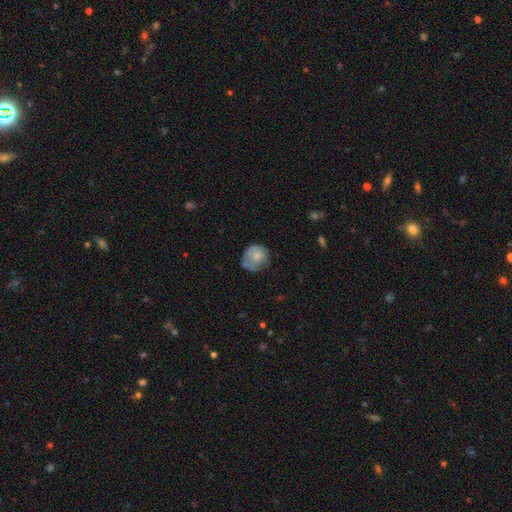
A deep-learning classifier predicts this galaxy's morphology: Smooth or featured? smooth (64%)
How rounded? round (77%)
Merging? none (53%)